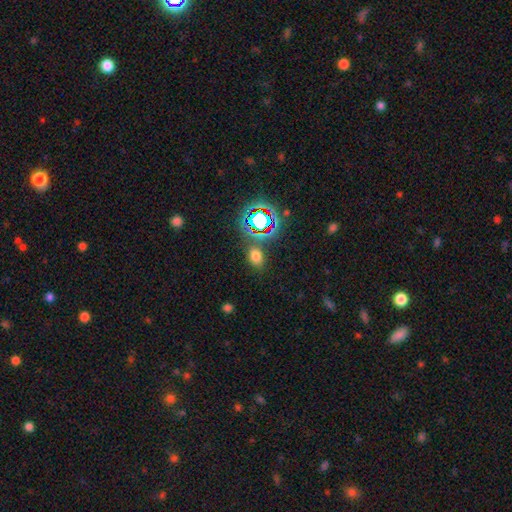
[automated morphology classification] The model was most divided on "smooth or featured": smooth: 65%, star or artifact: 28%, featured or disk: 7%. More confident: merging — none (78%); how rounded — in between (75%).